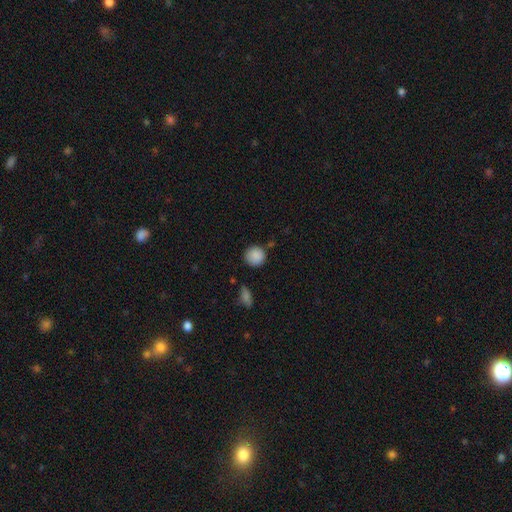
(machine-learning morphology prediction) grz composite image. It shows a smooth galaxy with no disk features (88%) that is round (90%). Merging: none (79%).